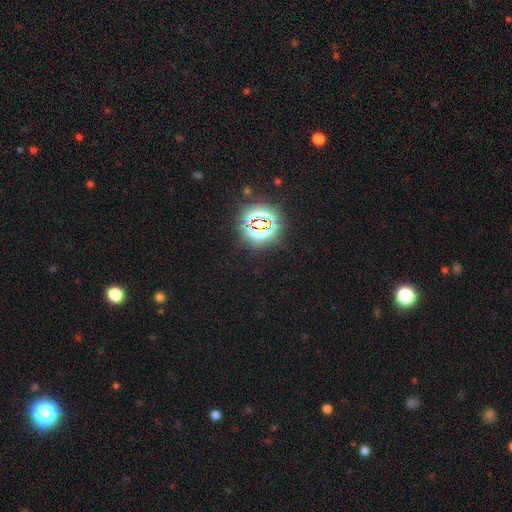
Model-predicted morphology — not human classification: This appears to be a star or artifact, not a galaxy (81%).